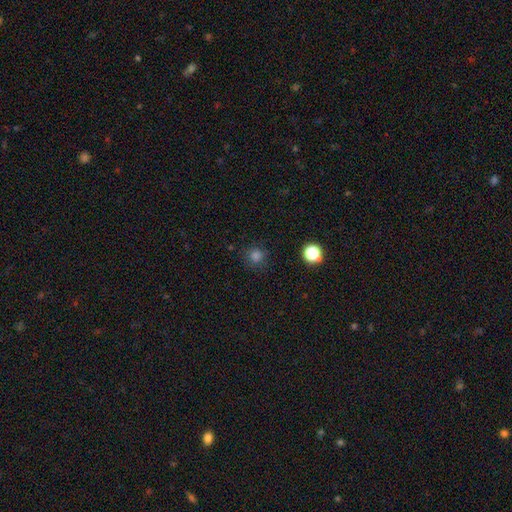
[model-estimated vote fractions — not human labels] A smooth galaxy with no disk features (78%) that is round (92%). Merging: none (84%).